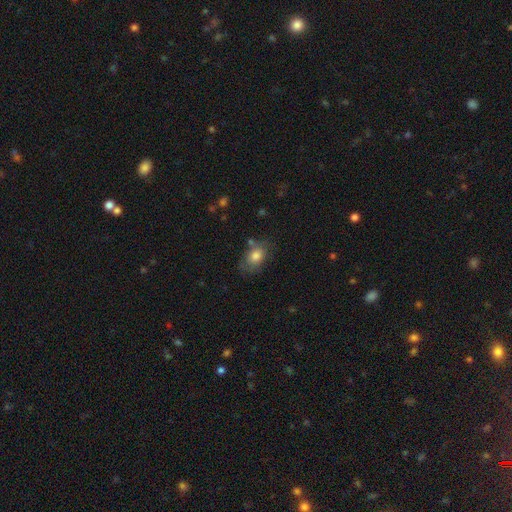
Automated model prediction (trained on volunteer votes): Morphology: type=smooth (79%); roundness=in between (78%); merging=none (65%).